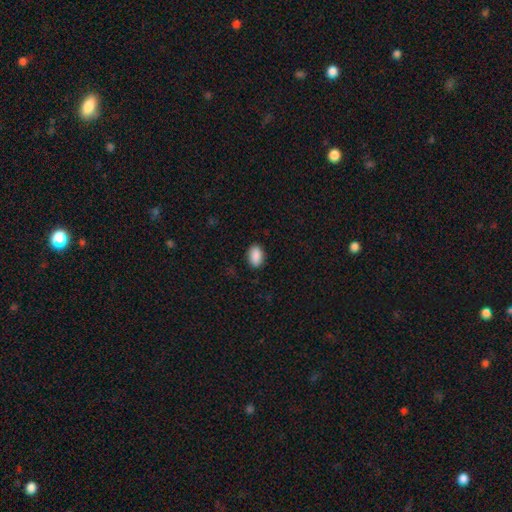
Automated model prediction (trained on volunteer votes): Smooth or featured?
  - smooth: 90% *
  - star or artifact: 7%
  - featured or disk: 3%
How rounded?
  - in between: 89% *
  - round: 10%
  - cigar-shaped: 2%
Merging?
  - none: 88% *
  - minor disturbance: 9%
  - major disturbance: 2%
  - merger: 1%